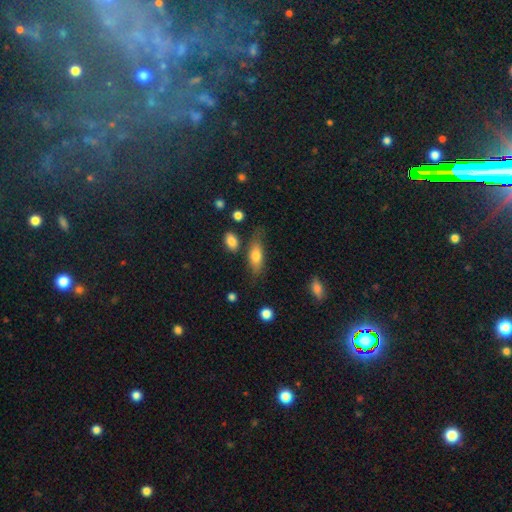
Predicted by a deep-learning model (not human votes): This appears to be a smooth galaxy with no disk features (74%) that is in between round and cigar-shaped (74%). Merging: none (63%).